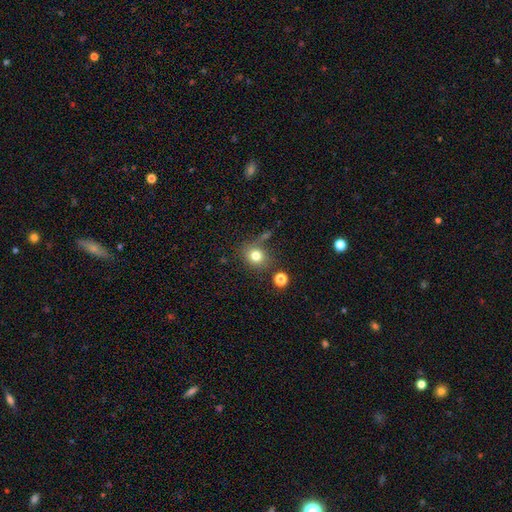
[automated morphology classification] The model was most divided on "how rounded": round: 75%, in between: 24%, cigar-shaped: 1%. More confident: smooth or featured — smooth (79%); merging — none (72%).